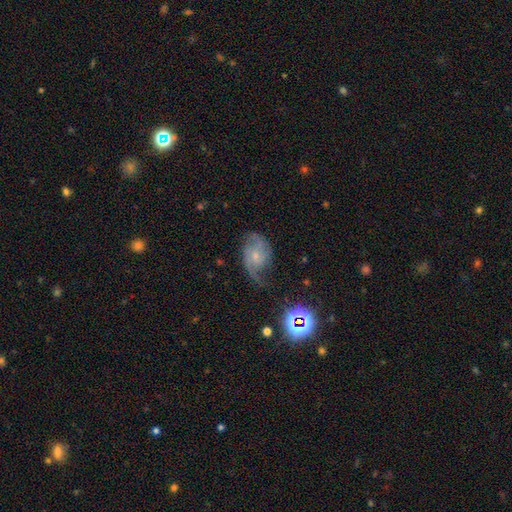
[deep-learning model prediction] featured or disk 76%, smooth 14%, star or artifact 10%. Down the decision tree: edge-on disk — no (97%); bar — no (66%); spiral arms — yes (94%); spiral arm count — 2 (72%); spiral winding — medium (46%); bulge size — small (64%); merging — none (55%).